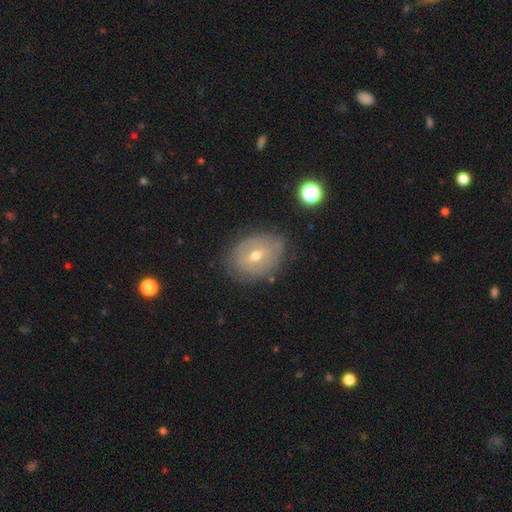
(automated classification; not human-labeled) A featured or disk galaxy (56%) with a weak bar (47%), no spiral arms (59%) and a moderate central bulge (61%). Merging: none (72%).